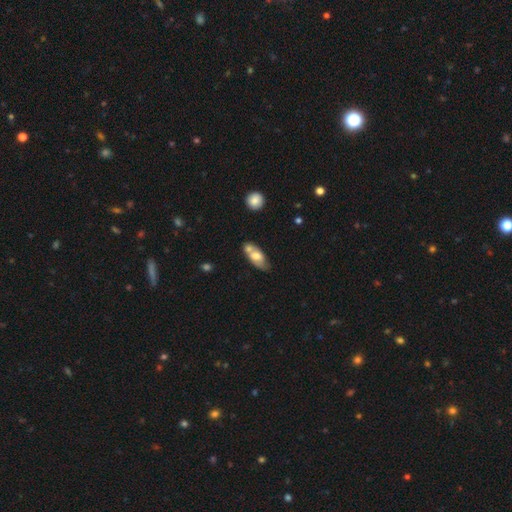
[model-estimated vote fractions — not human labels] Morphology: type=smooth (60%); roundness=in between (81%); merging=none (46%).